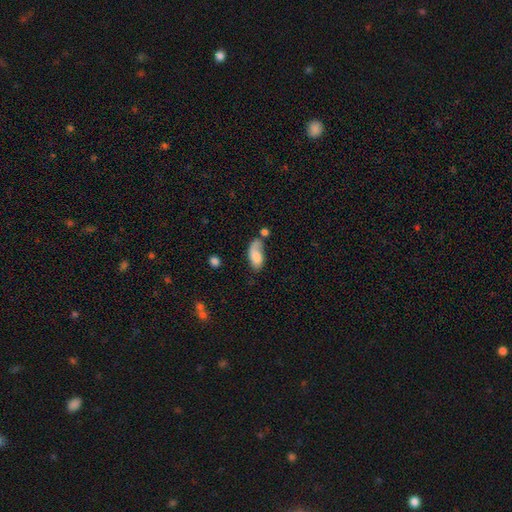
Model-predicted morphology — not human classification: Overall: smooth (70%). How rounded: in between (88%). Merging: none (35%; minor disturbance 25%).